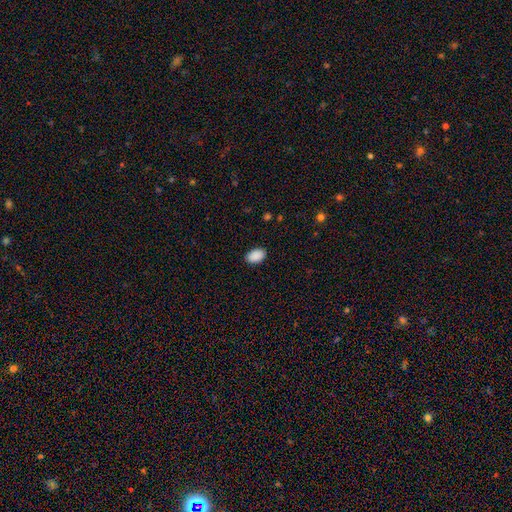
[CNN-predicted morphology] smooth_or_featured: smooth (p=0.91) [alt: star or artifact p=0.07]
how_rounded: in between (p=0.90) [alt: round p=0.08]
merging: none (p=0.89) [alt: minor disturbance p=0.08]